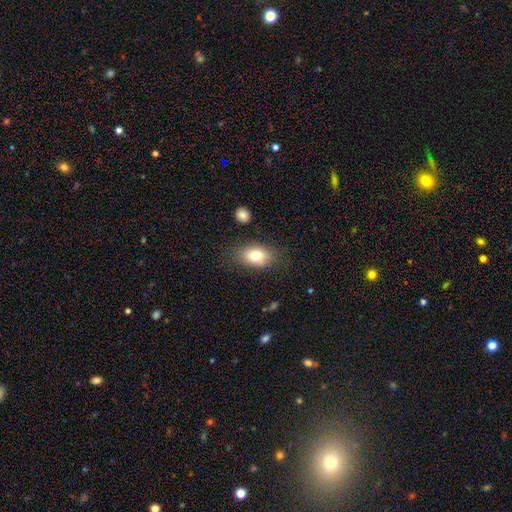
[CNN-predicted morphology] Smooth or featured?
  - smooth: 78% *
  - featured or disk: 13%
  - star or artifact: 9%
How rounded?
  - in between: 82% *
  - round: 16%
  - cigar-shaped: 2%
Merging?
  - none: 79% *
  - minor disturbance: 14%
  - major disturbance: 5%
  - merger: 2%